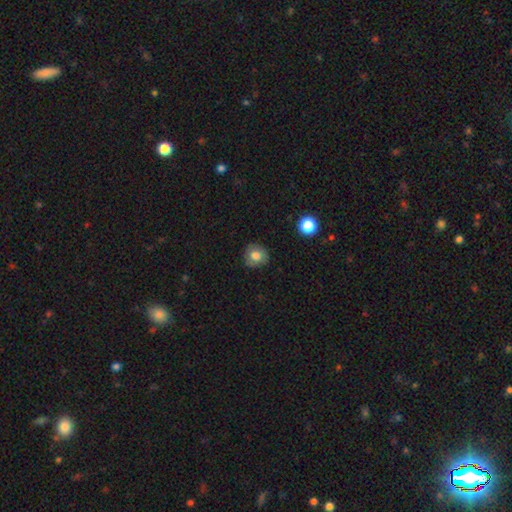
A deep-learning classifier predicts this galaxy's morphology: Smooth or featured: smooth — 76% (featured or disk — 14%)
How rounded: round — 81% (in between — 18%)
Merging: none — 79% (minor disturbance — 16%)